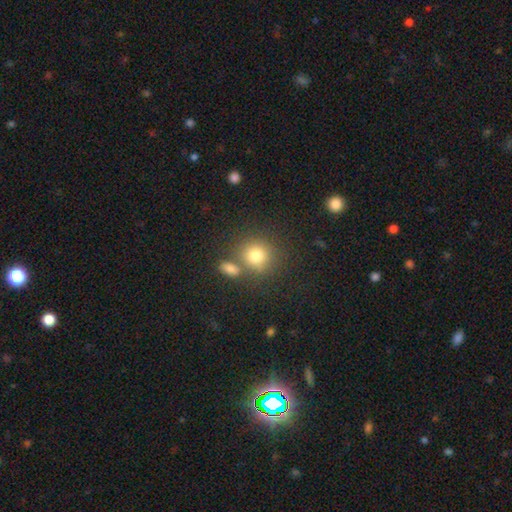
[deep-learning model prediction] Smooth or featured?
  - smooth: 78% *
  - star or artifact: 12%
  - featured or disk: 10%
How rounded?
  - round: 84% *
  - in between: 15%
  - cigar-shaped: 1%
Merging?
  - none: 62% *
  - merger: 22%
  - minor disturbance: 11%
  - major disturbance: 5%